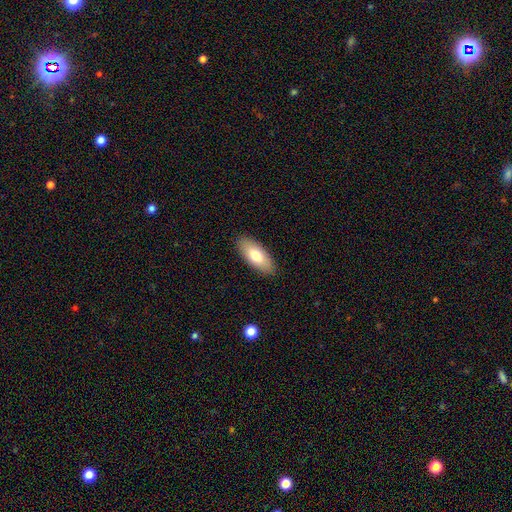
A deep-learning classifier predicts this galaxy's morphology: This is likely a smooth galaxy (75%). How rounded: clearly in between (85%). Merging: clearly none (89%).